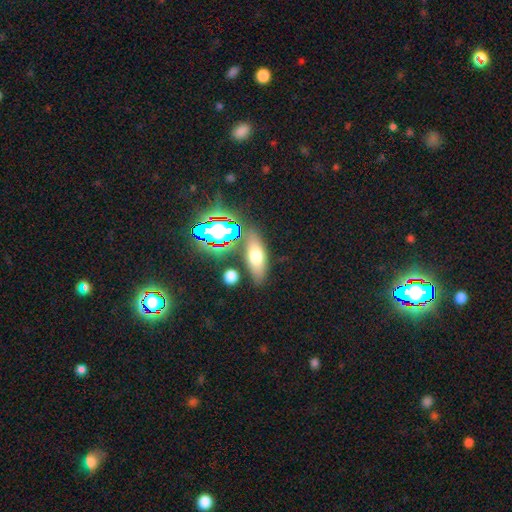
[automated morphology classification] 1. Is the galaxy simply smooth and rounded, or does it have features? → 61% smooth, 24% featured or disk, 16% star or artifact.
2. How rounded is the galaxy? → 67% in between, 26% cigar-shaped, 7% round.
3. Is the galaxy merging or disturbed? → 79% none, 11% minor disturbance, 7% merger, 4% major disturbance.